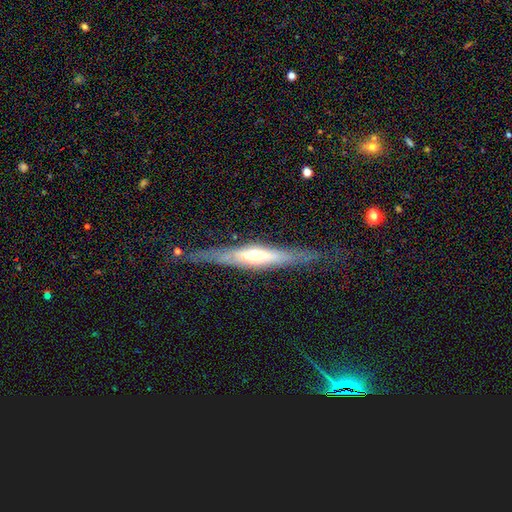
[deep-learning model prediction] Smooth or featured?
  - featured or disk: 68% *
  - smooth: 26%
  - star or artifact: 6%
Edge-on disk?
  - yes: 86% *
  - no: 14%
Edge-on bulge?
  - rounded: 59% *
  - none: 23%
  - boxy: 18%
Merging?
  - none: 75% *
  - minor disturbance: 17%
  - major disturbance: 6%
  - merger: 2%